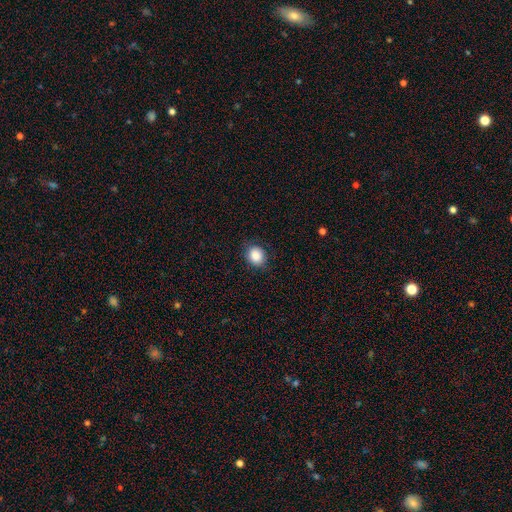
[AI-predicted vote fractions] smooth 87%, star or artifact 8%, featured or disk 4%. Down the decision tree: how rounded — round (69%); merging — none (83%).